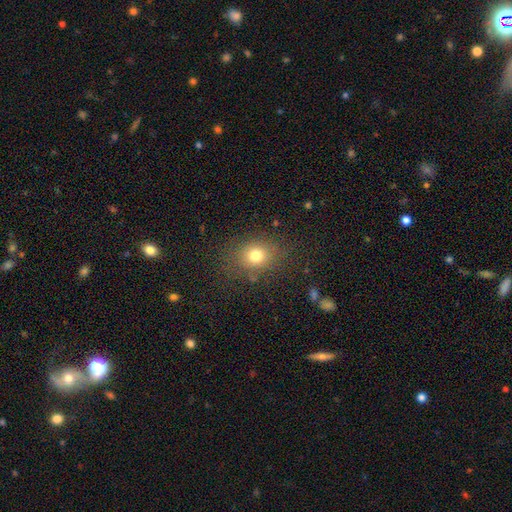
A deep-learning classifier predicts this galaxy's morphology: Overall: smooth (75%). How rounded: round (58%; in between 41%). Merging: none (81%).